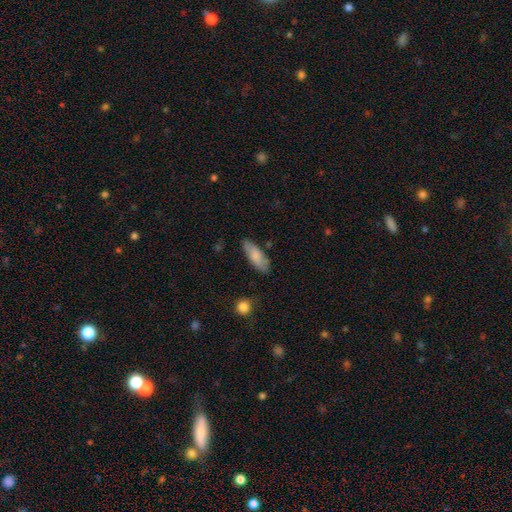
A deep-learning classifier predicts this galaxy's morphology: Smooth or featured? smooth (79%)
How rounded? in between (67%)
Merging? none (79%)